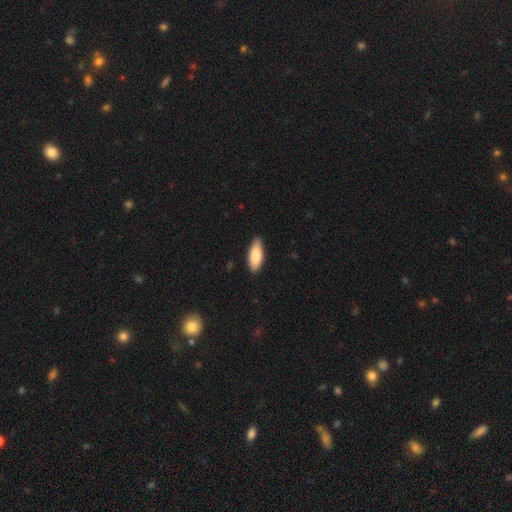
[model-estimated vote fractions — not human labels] A smooth galaxy with no disk features (86%) that is in between round and cigar-shaped (79%).

Vote fractions:
- Smooth or featured? smooth: 86% / featured or disk: 8% / star or artifact: 5%
- How rounded? in between: 79% / cigar-shaped: 19% / round: 2%
- Merging? none: 85% / minor disturbance: 12% / major disturbance: 2% / merger: 1%